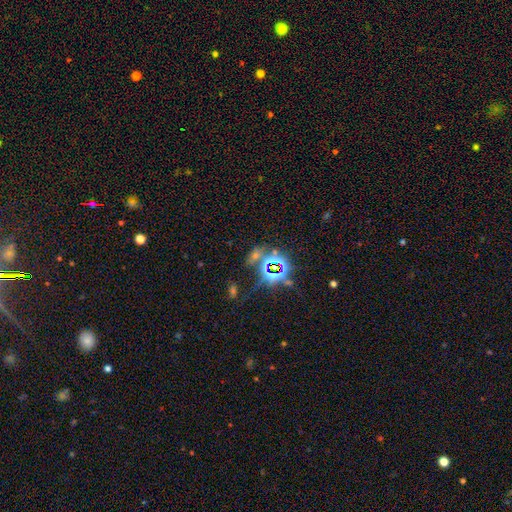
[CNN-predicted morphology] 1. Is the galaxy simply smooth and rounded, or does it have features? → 72% star or artifact, 18% smooth, 10% featured or disk.